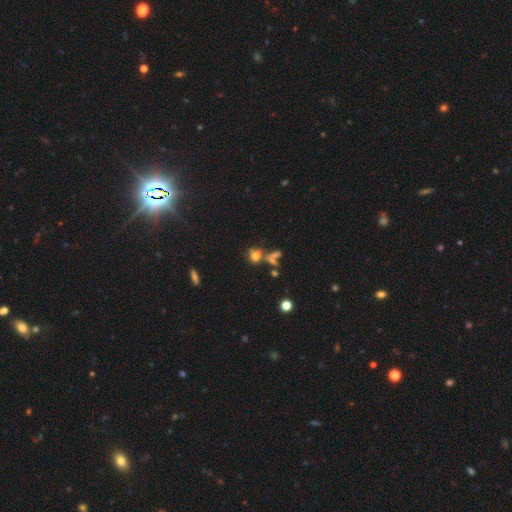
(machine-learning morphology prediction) Smooth or featured: smooth — 65% (star or artifact — 20%)
How rounded: round — 67% (in between — 29%)
Merging: none — 43% (merger — 34%)